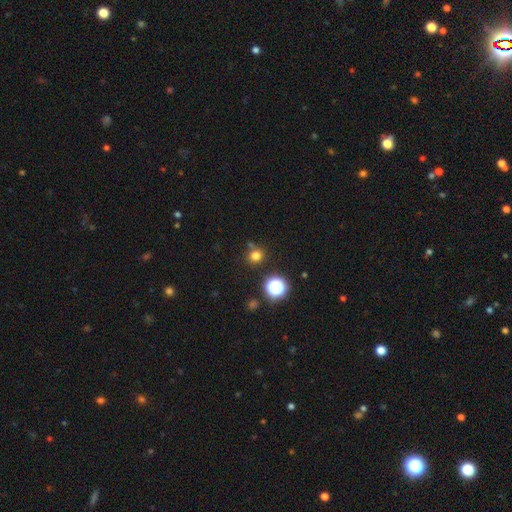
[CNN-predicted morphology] Smooth or featured?
  - smooth: 75% *
  - star or artifact: 20%
  - featured or disk: 6%
How rounded?
  - round: 85% *
  - in between: 14%
  - cigar-shaped: 1%
Merging?
  - none: 76% *
  - minor disturbance: 11%
  - merger: 9%
  - major disturbance: 4%